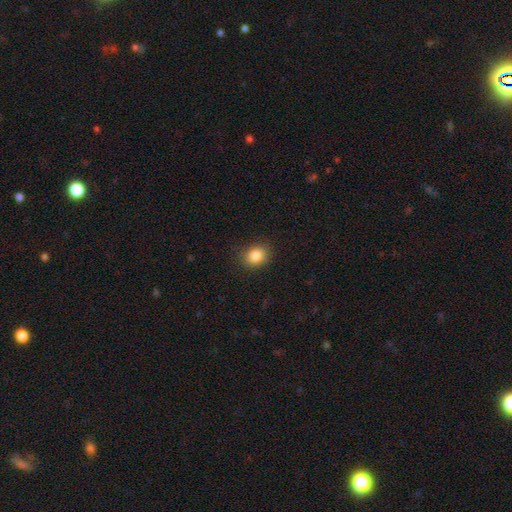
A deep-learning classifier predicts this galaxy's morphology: Overall: smooth (85%). How rounded: round (58%; in between 41%). Merging: none (86%).